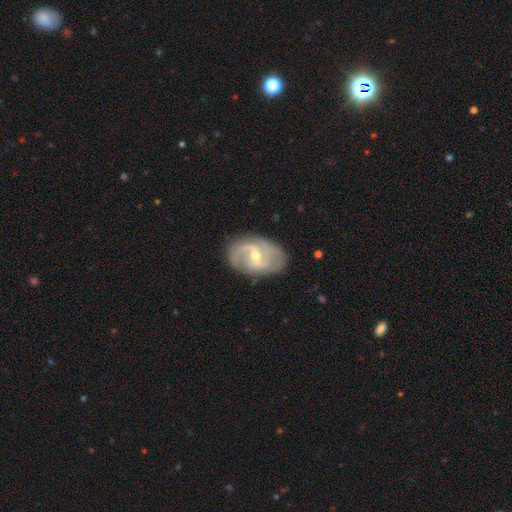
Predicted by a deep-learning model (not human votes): smooth_or_featured: featured or disk (p=0.82) [alt: smooth p=0.12]
disk_edge_on: no (p=0.96) [alt: yes p=0.04]
bar: weak (p=0.55) [alt: no p=0.27]
has_spiral_arms: yes (p=0.92) [alt: no p=0.08]
spiral_winding: medium (p=0.46) [alt: loose p=0.33]
spiral_arm_count: 2 (p=0.75) [alt: can't tell p=0.11]
bulge_size: moderate (p=0.49) [alt: small p=0.48]
merging: none (p=0.76) [alt: minor disturbance p=0.17]